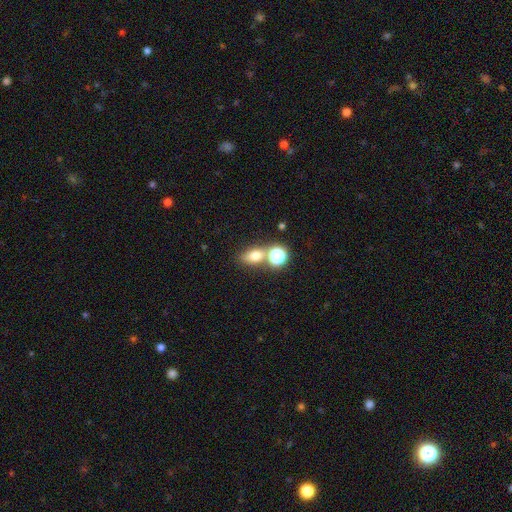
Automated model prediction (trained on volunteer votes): Morphology: type=smooth (69%); roundness=in between (64%); merging=none (55%).